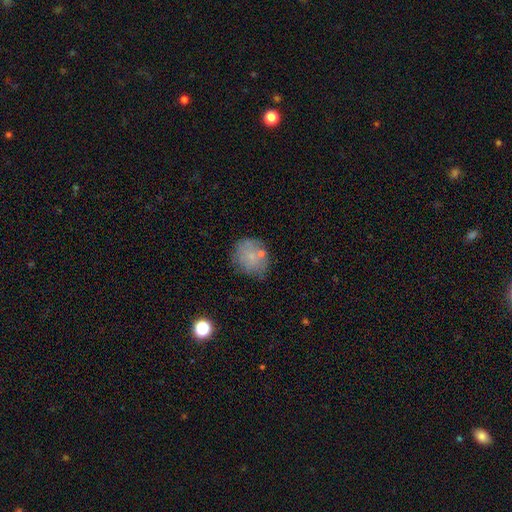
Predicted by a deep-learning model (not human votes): Morphology: type=smooth (63%); roundness=round (79%); merging=none (66%).